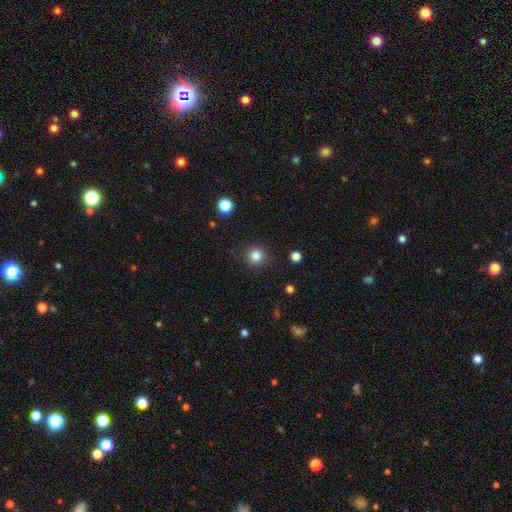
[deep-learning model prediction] The model was most divided on "smooth or featured": smooth: 84%, star or artifact: 12%, featured or disk: 5%. More confident: how rounded — round (93%); merging — none (90%).